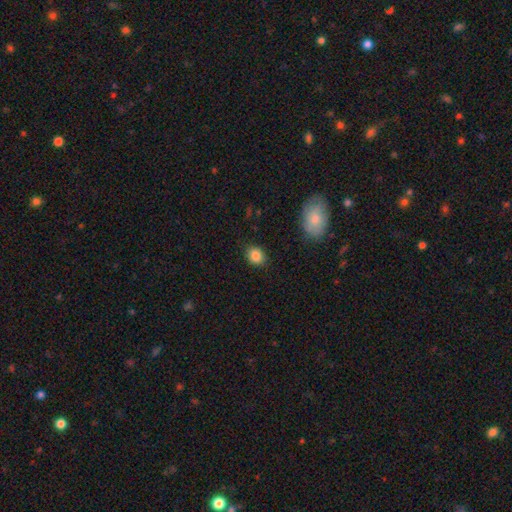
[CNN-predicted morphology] type=smooth (86%); roundness=round (62%); merging=none (86%).